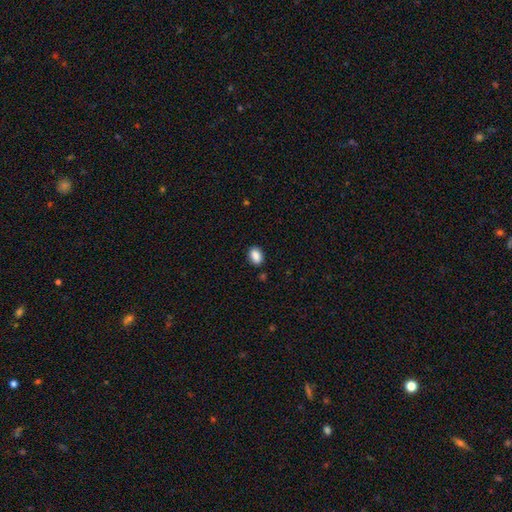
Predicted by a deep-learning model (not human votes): smooth_or_featured: smooth (p=0.88) [alt: star or artifact p=0.08]
how_rounded: in between (p=0.79) [alt: round p=0.19]
merging: none (p=0.86) [alt: minor disturbance p=0.10]